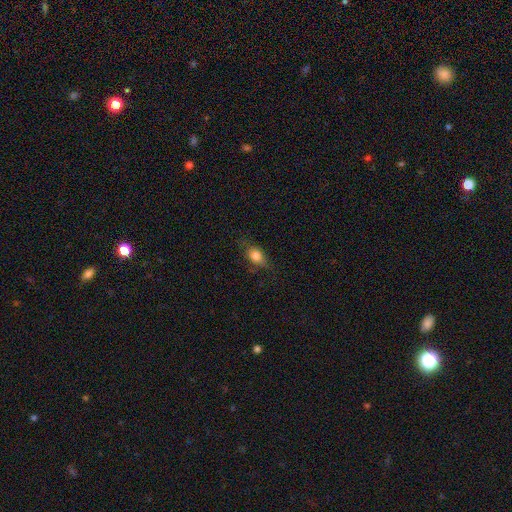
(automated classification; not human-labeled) Overall: smooth (78%). How rounded: in between (70%). Merging: none (66%).